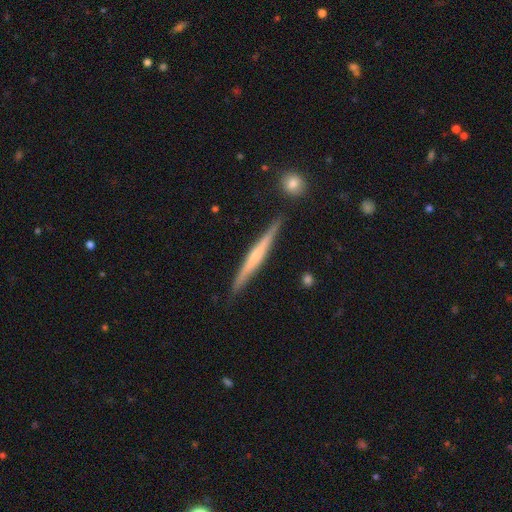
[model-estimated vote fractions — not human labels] Overall: featured or disk (62%; smooth 32%). Edge-on disk: yes (97%). Edge-on bulge: rounded (49%; none 40%). Merging: none (88%).